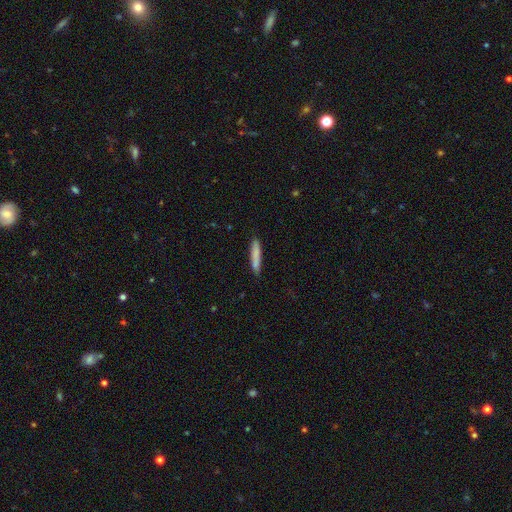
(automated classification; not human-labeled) Overall: smooth (82%). How rounded: cigar-shaped (92%). Merging: none (86%).